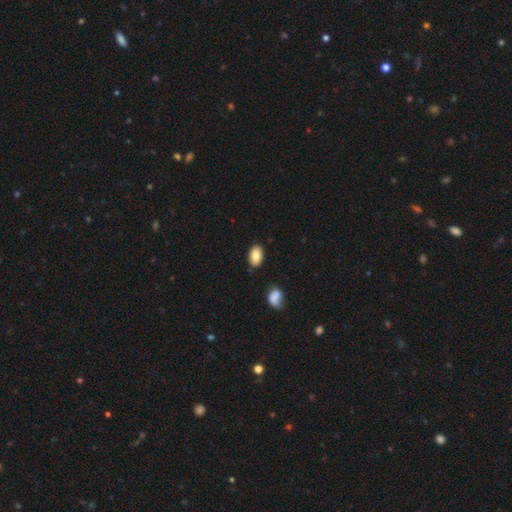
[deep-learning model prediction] smooth 83%, featured or disk 9%, star or artifact 8%. Down the decision tree: how rounded — in between (91%); merging — none (84%).